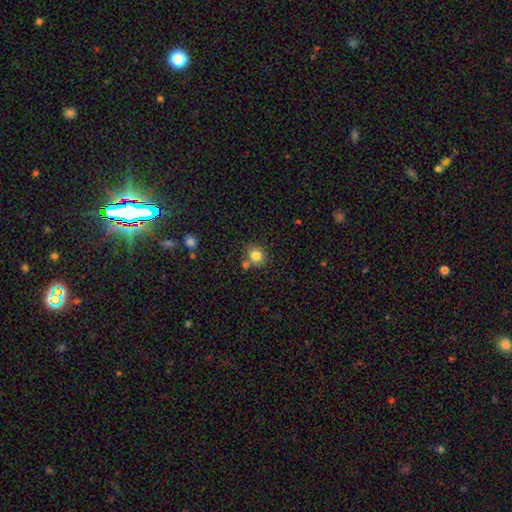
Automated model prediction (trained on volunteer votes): The model was most divided on "merging": none: 70%, merger: 16%, minor disturbance: 11%, major disturbance: 3%. More confident: smooth or featured — smooth (83%); how rounded — round (81%).